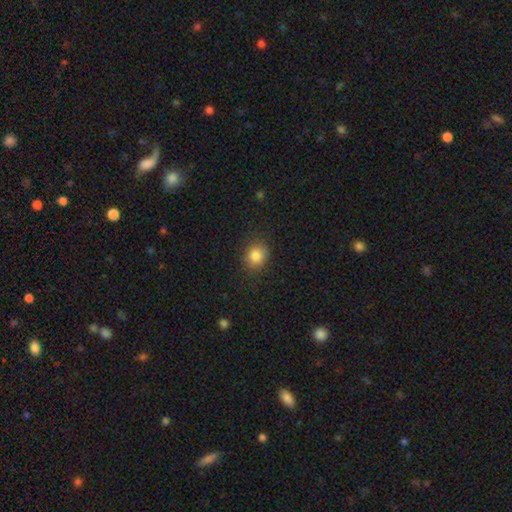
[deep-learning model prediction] Smooth or featured? smooth (84%)
How rounded? round (75%)
Merging? none (84%)